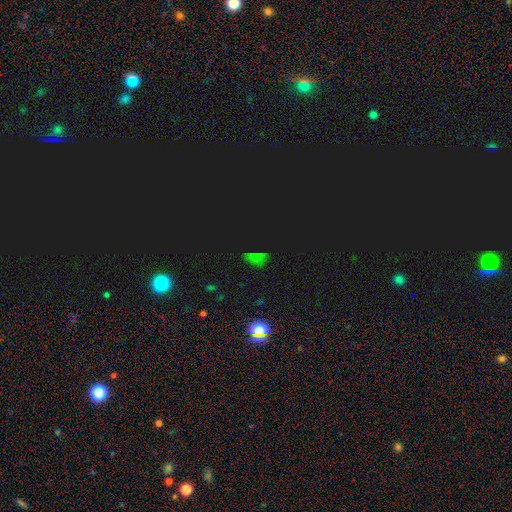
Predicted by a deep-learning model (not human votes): A star or artifact, not a galaxy (64%).

Vote fractions:
- Smooth or featured? star or artifact: 64% / smooth: 28% / featured or disk: 7%